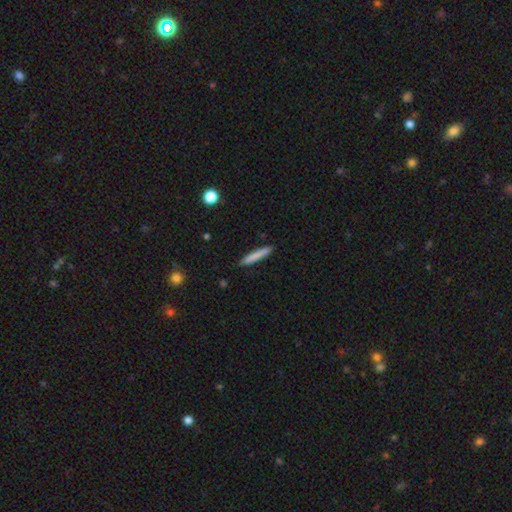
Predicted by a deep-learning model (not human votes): The model was most divided on "smooth or featured": smooth: 80%, featured or disk: 14%, star or artifact: 6%. More confident: how rounded — cigar-shaped (95%); merging — none (90%).